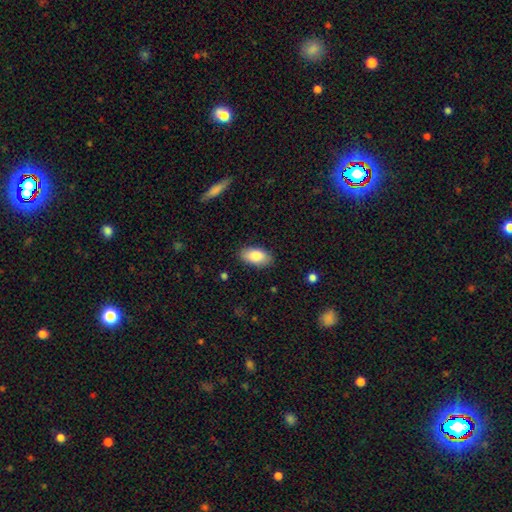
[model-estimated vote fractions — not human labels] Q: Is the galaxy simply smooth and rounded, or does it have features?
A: smooth — 86%.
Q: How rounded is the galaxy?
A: in between — 94%.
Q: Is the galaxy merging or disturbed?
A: none — 86%.